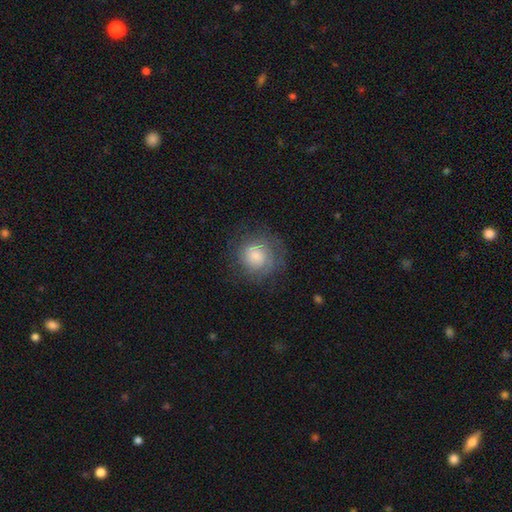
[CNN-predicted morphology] smooth-or-featured: smooth: 65% | featured or disk: 25% | star or artifact: 10%
  how-rounded: round: 88% | in between: 11% | cigar-shaped: 1%
  merging: none: 70% | minor disturbance: 17% | major disturbance: 11% | merger: 1%